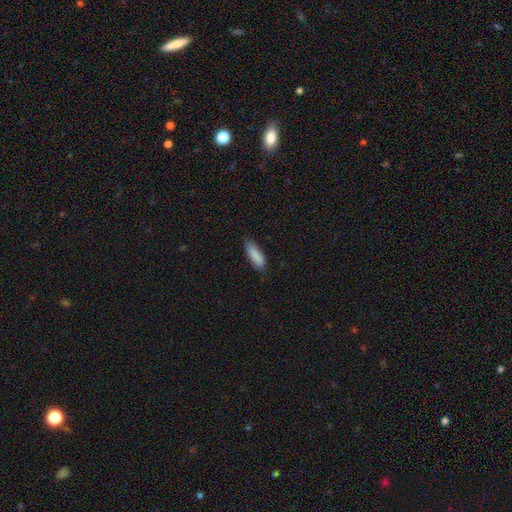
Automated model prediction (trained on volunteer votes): A smooth galaxy with no disk features (89%) that is in between round and cigar-shaped (58%). Merging: none (78%).